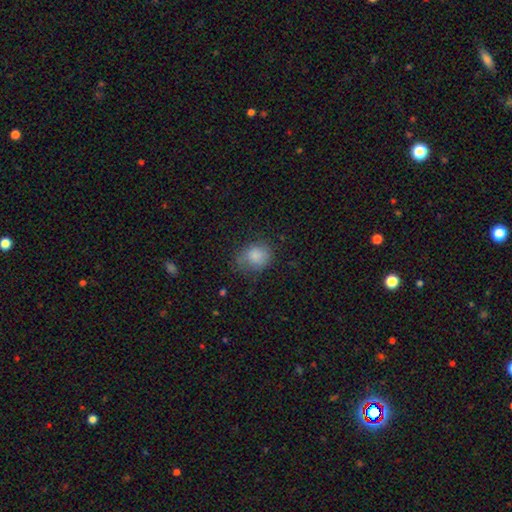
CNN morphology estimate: Q: Smooth or featured?
A: smooth (83%); runner-up: star or artifact (9%)
Q: How rounded?
A: round (61%); runner-up: in between (38%)
Q: Merging?
A: none (60%); runner-up: minor disturbance (28%)